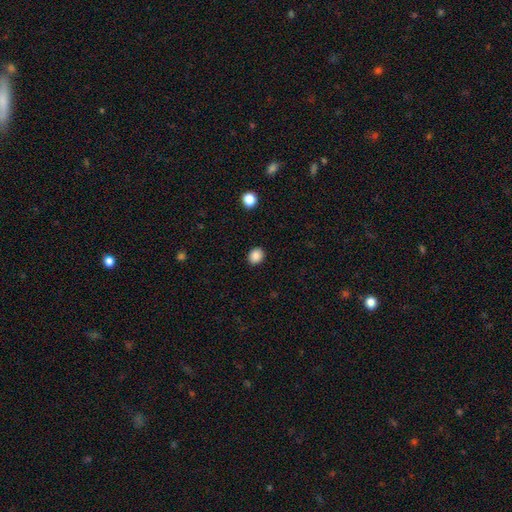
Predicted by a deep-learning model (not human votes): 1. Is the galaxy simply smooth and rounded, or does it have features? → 87% smooth, 10% star or artifact, 4% featured or disk.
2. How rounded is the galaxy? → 60% round, 39% in between, 1% cigar-shaped.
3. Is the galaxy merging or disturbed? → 90% none, 7% minor disturbance, 2% major disturbance, 1% merger.